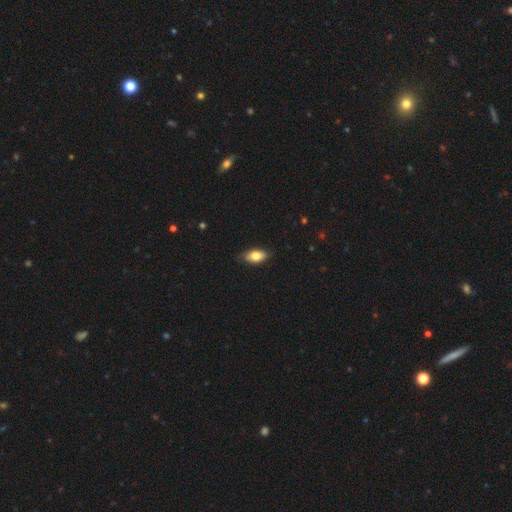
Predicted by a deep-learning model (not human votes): smooth_or_featured: smooth (p=0.77) [alt: featured or disk p=0.16]
how_rounded: in between (p=0.89) [alt: cigar-shaped p=0.06]
merging: none (p=0.79) [alt: minor disturbance p=0.17]